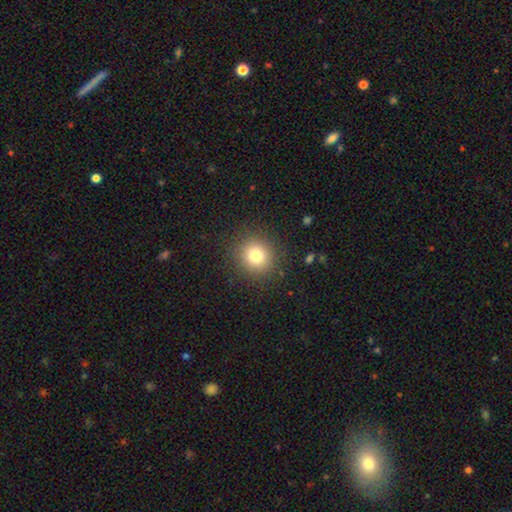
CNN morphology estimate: type=smooth (79%); roundness=round (90%); merging=none (89%).